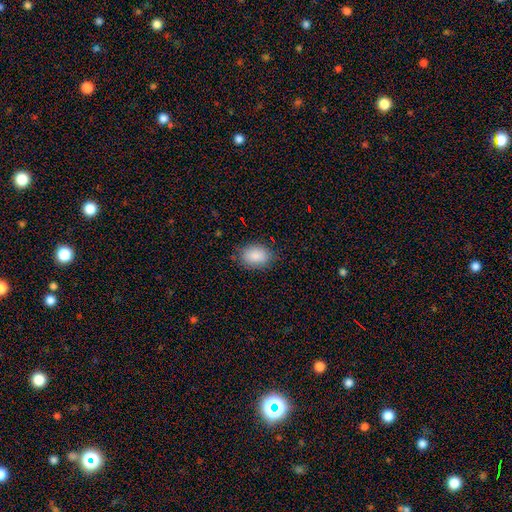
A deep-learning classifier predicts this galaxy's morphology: This appears to be a smooth galaxy with no disk features (88%) that is in between round and cigar-shaped (80%). Merging: none (80%).